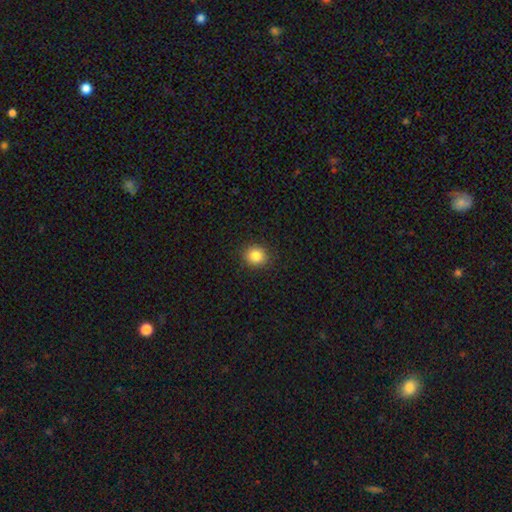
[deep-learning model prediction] This is clearly a smooth galaxy (84%). How rounded: clearly round (85%). Merging: clearly none (90%).